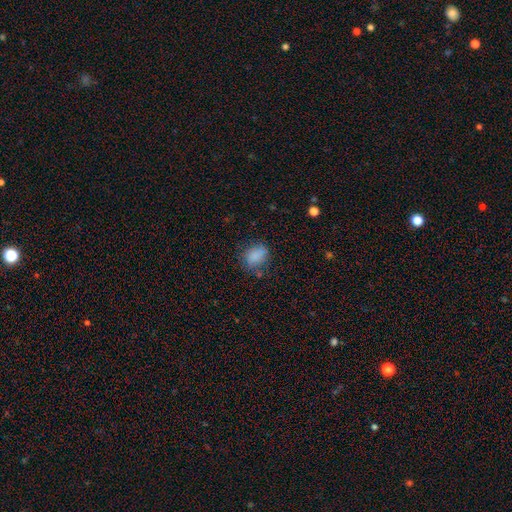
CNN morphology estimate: The model was most divided on "how rounded": in between: 62%, round: 36%, cigar-shaped: 1%. More confident: smooth or featured — smooth (82%); merging — none (66%).